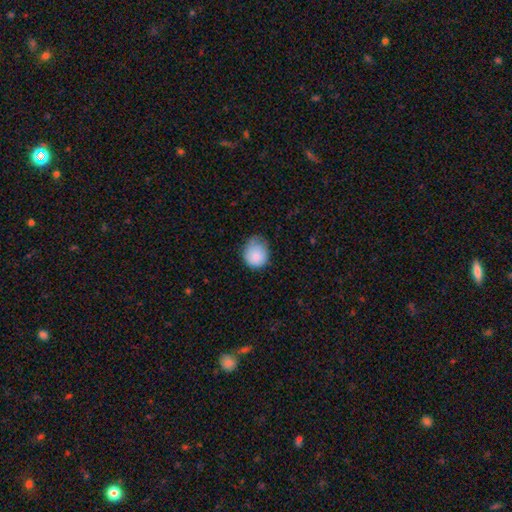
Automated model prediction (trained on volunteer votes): smooth_or_featured: smooth (p=0.85) [alt: featured or disk p=0.08]
how_rounded: round (p=0.71) [alt: in between p=0.29]
merging: none (p=0.48) [alt: minor disturbance p=0.39]